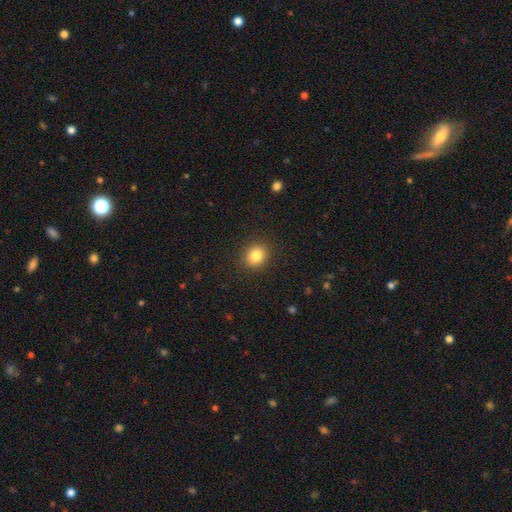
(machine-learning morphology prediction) type=smooth (84%); roundness=round (65%); merging=none (89%).